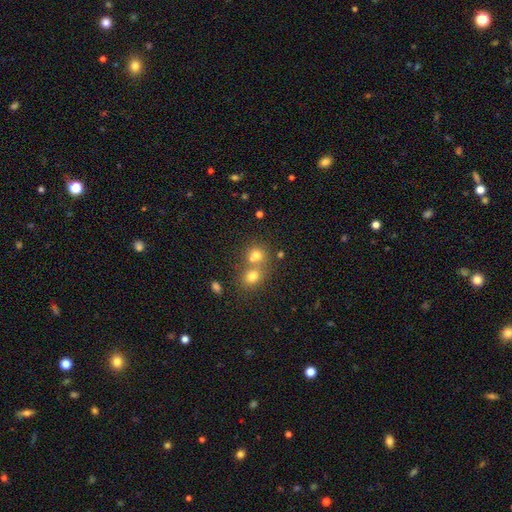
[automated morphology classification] A smooth galaxy with no disk features (71%) that is round (74%). Merging: merger (53%).